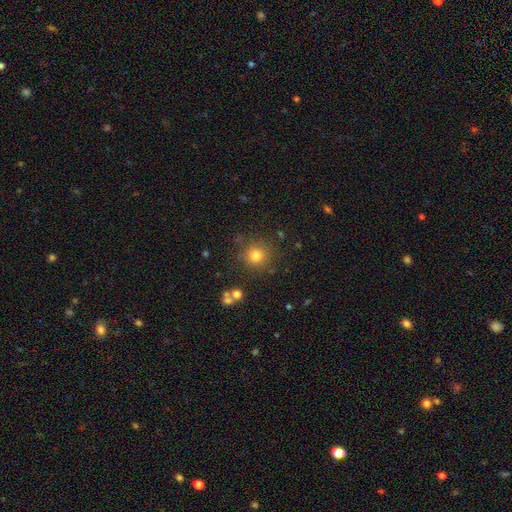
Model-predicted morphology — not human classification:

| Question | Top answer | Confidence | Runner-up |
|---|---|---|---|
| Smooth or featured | smooth | 78% | star or artifact (15%) |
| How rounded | round | 93% | in between (6%) |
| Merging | none | 84% | minor disturbance (8%) |